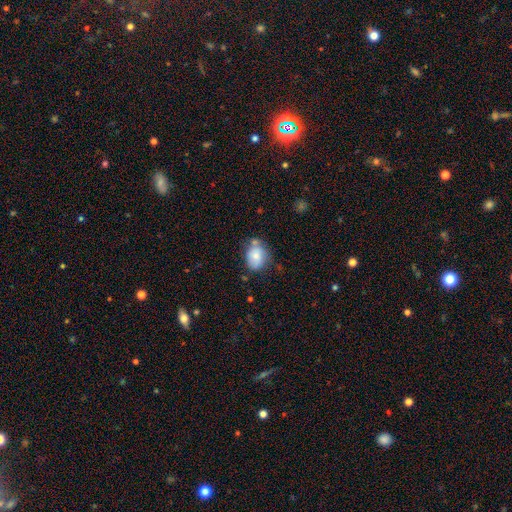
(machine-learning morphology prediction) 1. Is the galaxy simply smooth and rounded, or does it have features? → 76% smooth, 16% featured or disk, 8% star or artifact.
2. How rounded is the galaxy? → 58% in between, 41% round, 1% cigar-shaped.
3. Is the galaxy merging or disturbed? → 54% none, 26% minor disturbance, 13% merger, 7% major disturbance.